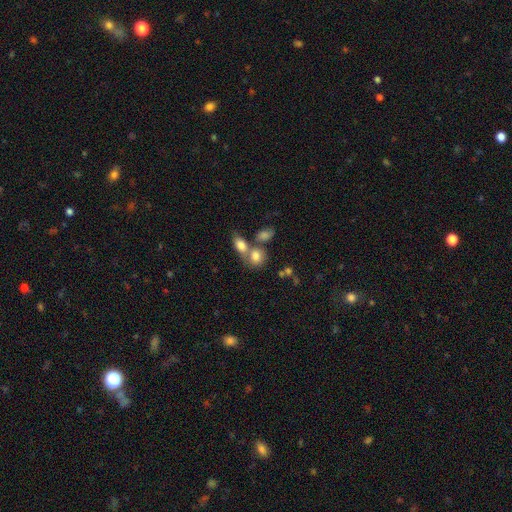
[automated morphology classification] Smooth or featured? smooth (78%)
How rounded? in between (51%)
Merging? merger (50%)